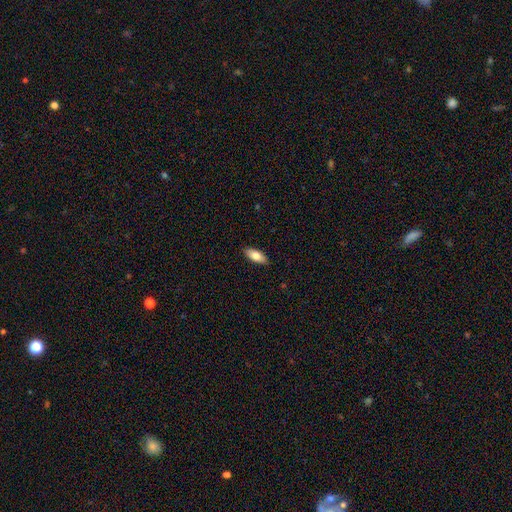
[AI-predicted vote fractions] smooth-or-featured: smooth: 79% | featured or disk: 15% | star or artifact: 6%
  how-rounded: in between: 83% | cigar-shaped: 14% | round: 2%
  merging: none: 89% | minor disturbance: 8% | major disturbance: 2% | merger: 1%